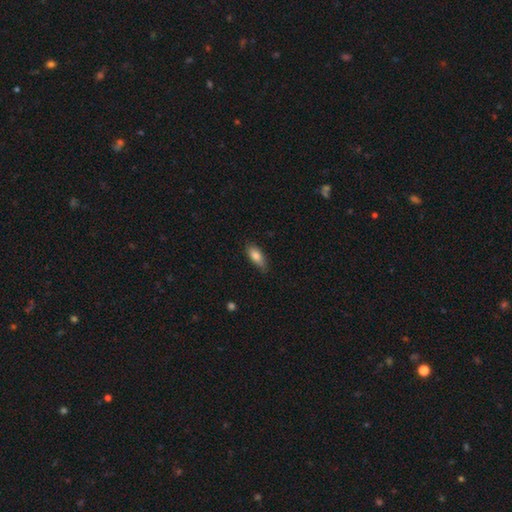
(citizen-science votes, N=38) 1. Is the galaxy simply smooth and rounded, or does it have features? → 74% smooth, 24% featured or disk, 3% star or artifact.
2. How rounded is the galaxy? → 64% in between, 36% cigar-shaped, 0% round.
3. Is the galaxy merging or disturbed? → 84% none, 11% minor disturbance, 5% major disturbance, 0% merger.